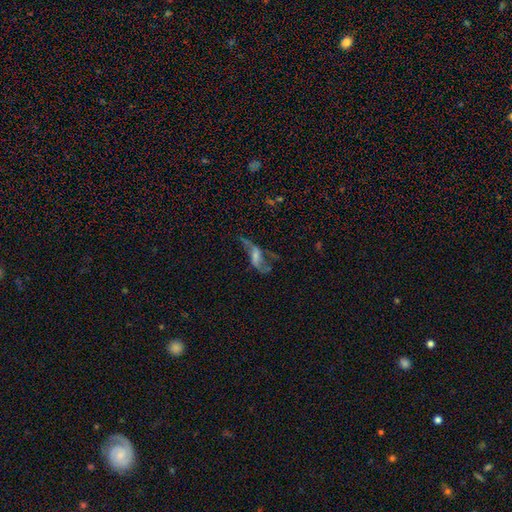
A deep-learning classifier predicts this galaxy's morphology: smooth-or-featured: featured or disk: 69% | smooth: 18% | star or artifact: 13%
  disk-edge-on: no: 90% | yes: 10%
    bar: no: 43% | weak: 38% | strong: 19%
    has-spiral-arms: yes: 76% | no: 24%
    bulge-size: small: 41% | none: 28% | moderate: 24% | large: 5% | dominant: 2%
  merging: none: 41% | major disturbance: 34% | minor disturbance: 18% | merger: 7%